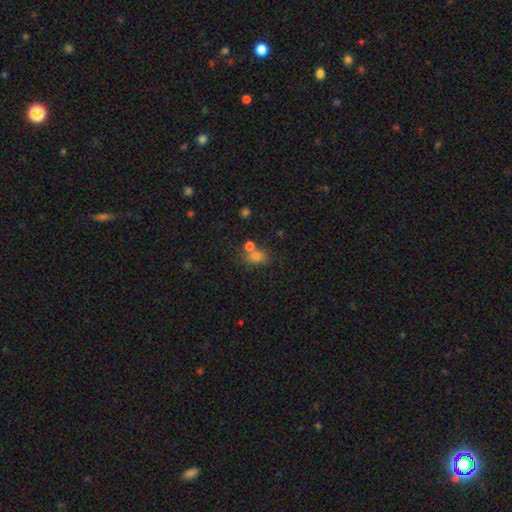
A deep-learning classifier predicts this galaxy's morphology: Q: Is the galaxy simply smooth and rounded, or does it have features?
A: smooth — 74%.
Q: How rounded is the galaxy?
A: in between — 61%.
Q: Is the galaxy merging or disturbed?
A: none — 51%.